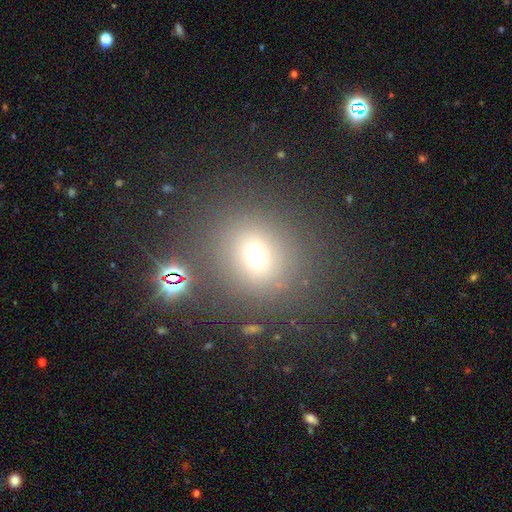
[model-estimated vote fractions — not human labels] smooth-or-featured: smooth: 63% | star or artifact: 26% | featured or disk: 11%
  how-rounded: round: 76% | in between: 23% | cigar-shaped: 1%
  merging: none: 82% | minor disturbance: 9% | major disturbance: 5% | merger: 4%